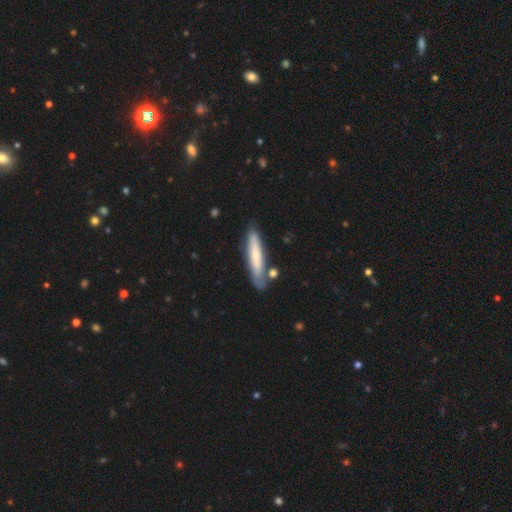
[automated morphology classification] type=smooth (63%); roundness=cigar-shaped (89%); merging=none (75%).